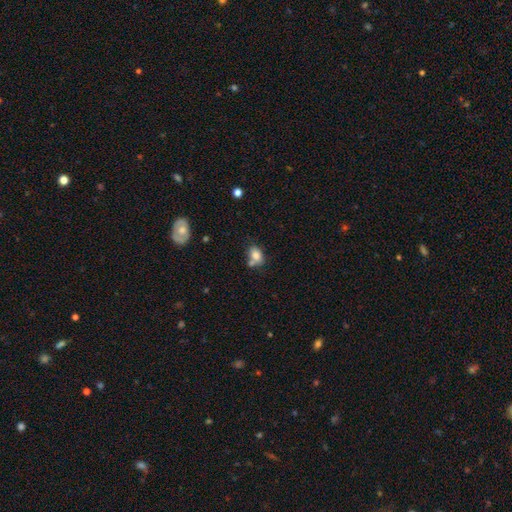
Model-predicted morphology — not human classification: Smooth or featured? smooth (80%)
How rounded? in between (79%)
Merging? none (48%)